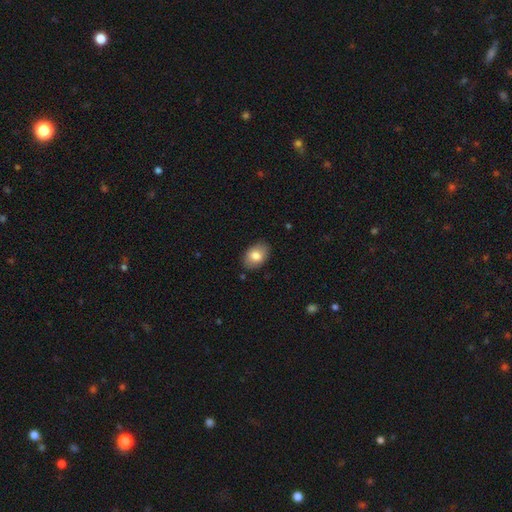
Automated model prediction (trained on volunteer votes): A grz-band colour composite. It shows a smooth galaxy with no disk features (81%) that is in between round and cigar-shaped (84%). Merging: none (86%).